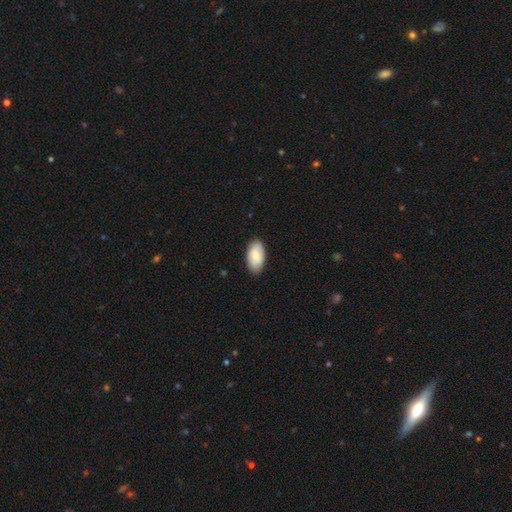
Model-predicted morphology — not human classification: smooth_or_featured: smooth (p=0.77) [alt: featured or disk p=0.17]
how_rounded: in between (p=0.95) [alt: round p=0.03]
merging: none (p=0.84) [alt: minor disturbance p=0.13]